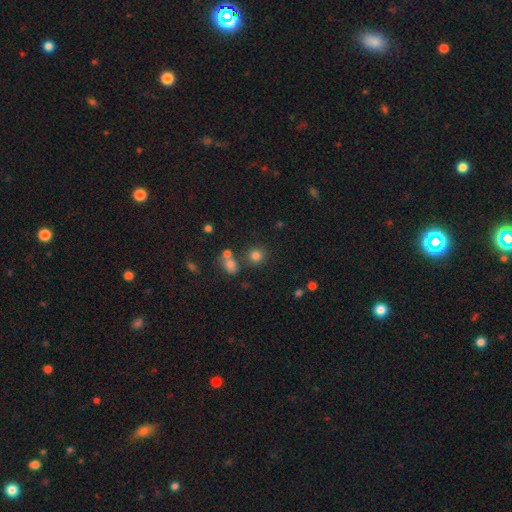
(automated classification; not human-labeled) smooth_or_featured: smooth (p=0.79) [alt: star or artifact p=0.14]
how_rounded: round (p=0.89) [alt: in between p=0.10]
merging: none (p=0.76) [alt: merger p=0.12]